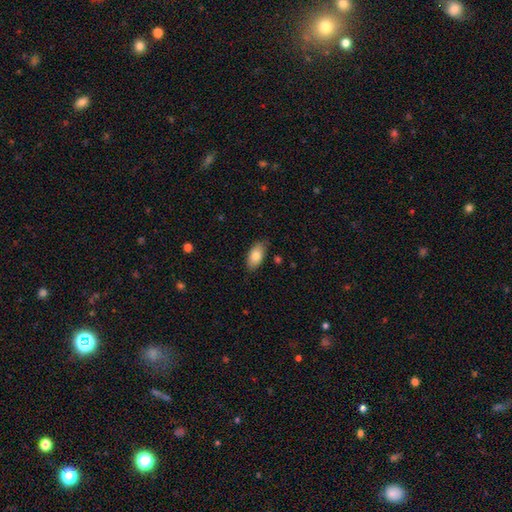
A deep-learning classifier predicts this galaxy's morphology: type=smooth (81%); roundness=in between (92%); merging=none (82%).